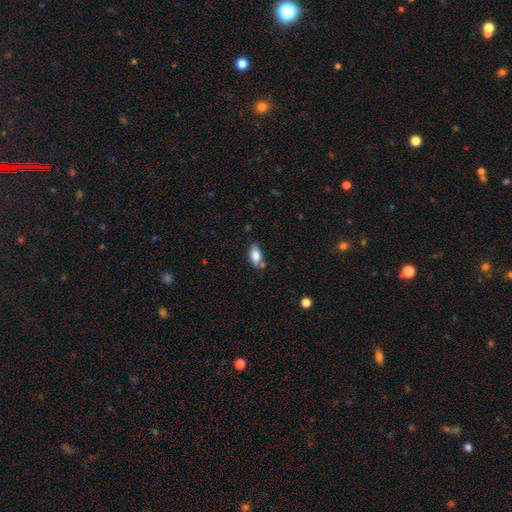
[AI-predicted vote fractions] Smooth or featured: smooth — 81% (featured or disk — 11%)
How rounded: in between — 88% (cigar-shaped — 8%)
Merging: none — 67% (minor disturbance — 20%)